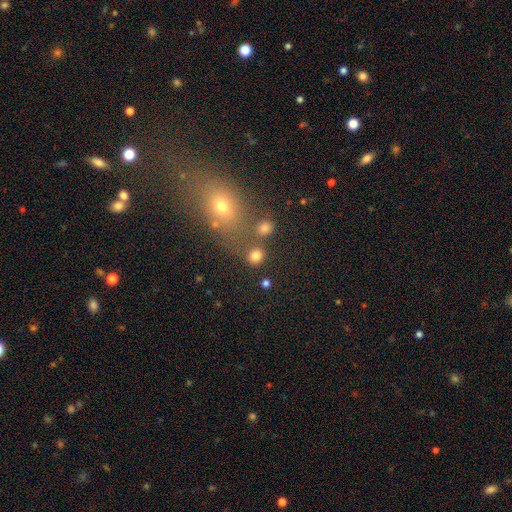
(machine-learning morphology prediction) A smooth galaxy with no disk features (79%) that is round (83%).

Vote fractions:
- Smooth or featured? smooth: 79% / star or artifact: 15% / featured or disk: 7%
- How rounded? round: 83% / in between: 16% / cigar-shaped: 1%
- Merging? none: 73% / merger: 14% / minor disturbance: 9% / major disturbance: 5%